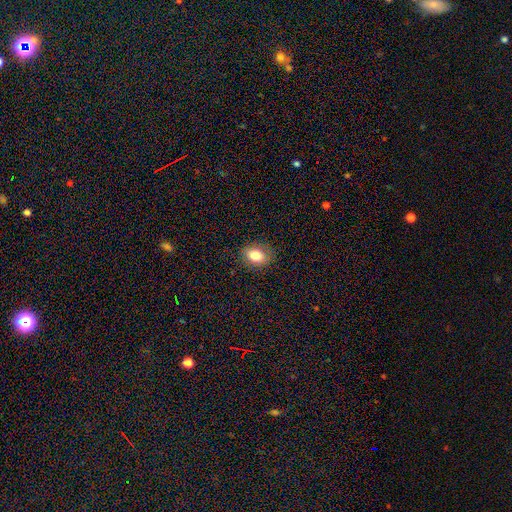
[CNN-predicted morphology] type=smooth (81%); roundness=in between (68%); merging=none (85%).